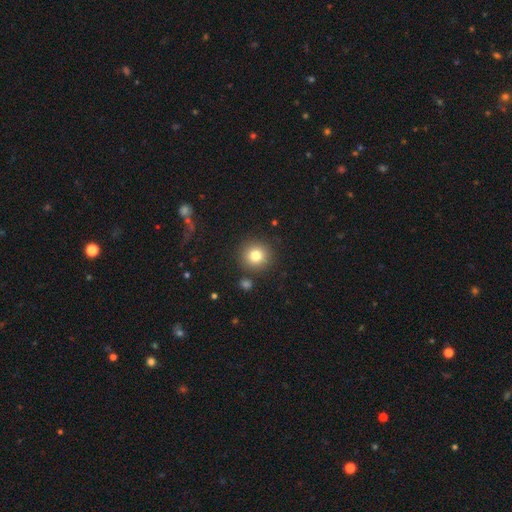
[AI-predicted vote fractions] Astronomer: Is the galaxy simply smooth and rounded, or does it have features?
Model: smooth — 81%.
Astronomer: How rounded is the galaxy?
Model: round — 93%.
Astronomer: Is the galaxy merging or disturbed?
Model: none — 87%.